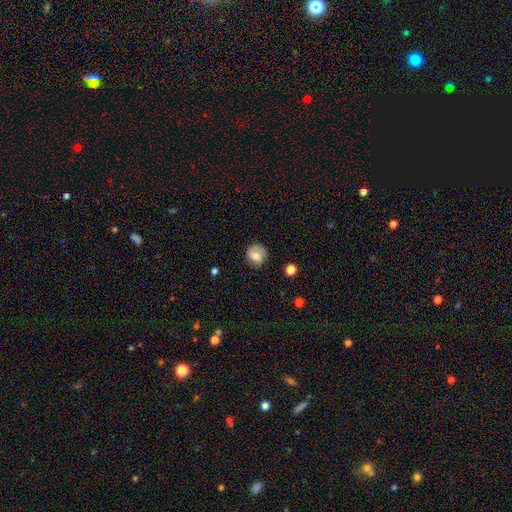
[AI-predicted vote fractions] Q: Smooth or featured?
A: smooth (73%); runner-up: featured or disk (18%)
Q: How rounded?
A: round (82%); runner-up: in between (17%)
Q: Merging?
A: none (73%); runner-up: minor disturbance (20%)